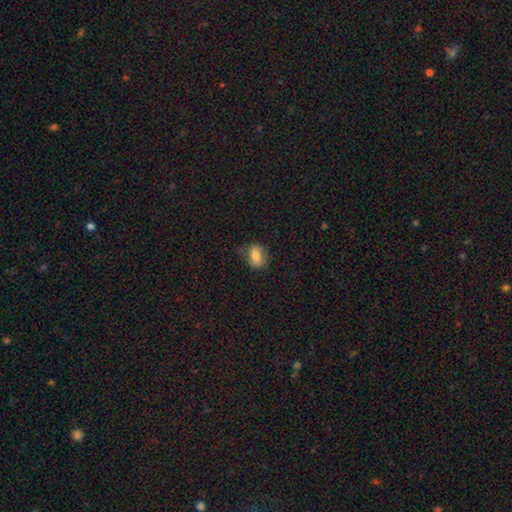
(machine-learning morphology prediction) smooth 75%, featured or disk 16%, star or artifact 9%. Down the decision tree: how rounded — in between (73%); merging — none (63%).